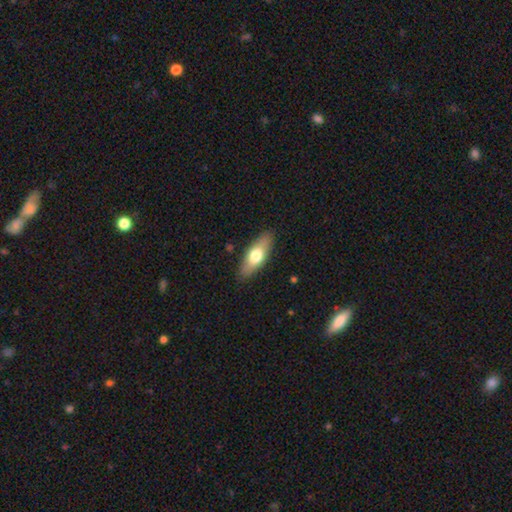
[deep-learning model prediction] Smooth or featured? Predicted: smooth (p=0.65). How rounded? Predicted: in between (p=0.68). Merging? Predicted: none (p=0.87).